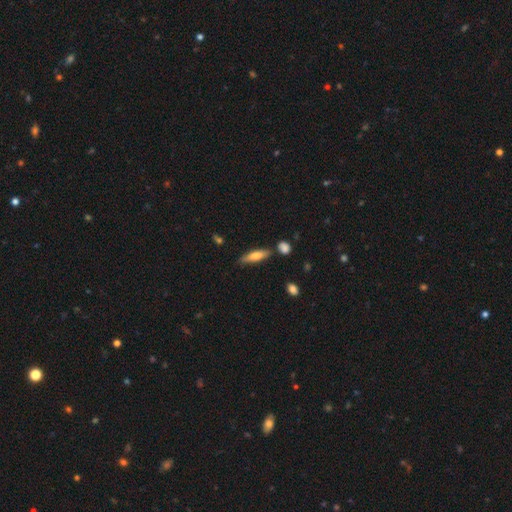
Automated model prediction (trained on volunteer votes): Smooth or featured?
  - smooth: 68% *
  - featured or disk: 25%
  - star or artifact: 6%
How rounded?
  - cigar-shaped: 71% *
  - in between: 27%
  - round: 2%
Merging?
  - none: 75% *
  - minor disturbance: 15%
  - merger: 6%
  - major disturbance: 3%